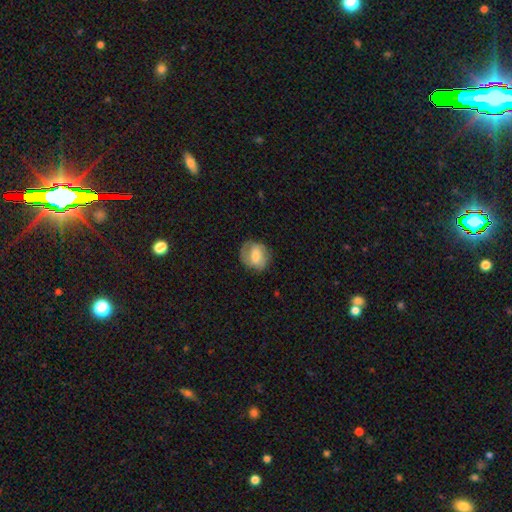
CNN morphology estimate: Smooth or featured? Predicted: smooth (p=0.54). How rounded? Predicted: round (p=0.61). Merging? Predicted: none (p=0.72).